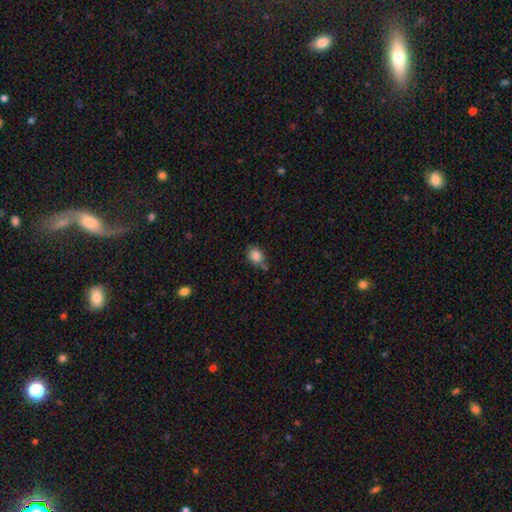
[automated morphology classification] Overall: smooth (85%). How rounded: round (64%; in between 35%). Merging: none (60%; minor disturbance 25%).